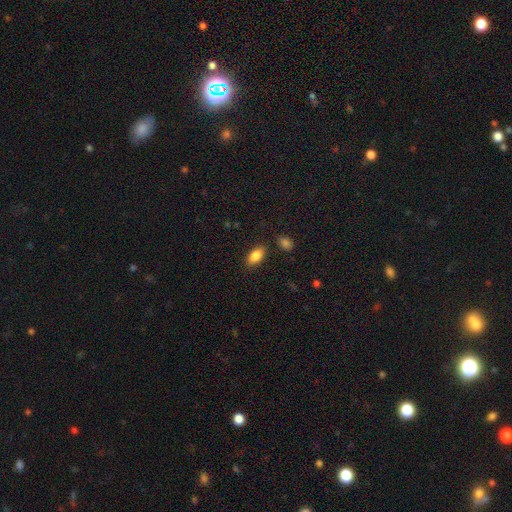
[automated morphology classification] This appears to be a smooth galaxy with no disk features (85%) that is in between round and cigar-shaped (90%). Merging: none (85%).